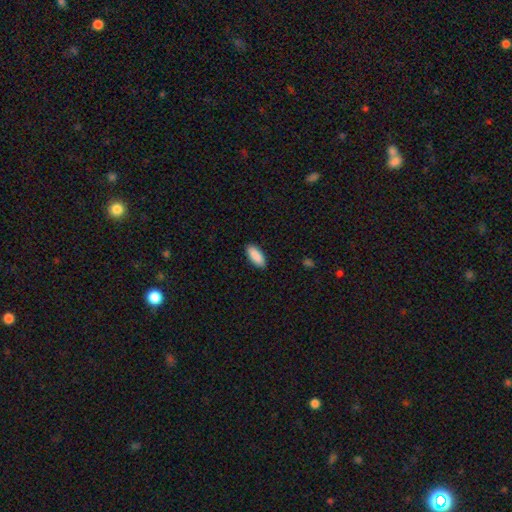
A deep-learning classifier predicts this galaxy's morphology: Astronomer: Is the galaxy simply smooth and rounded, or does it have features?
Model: smooth — 91%.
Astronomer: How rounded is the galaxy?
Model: in between — 83%.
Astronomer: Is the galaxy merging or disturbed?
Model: none — 89%.